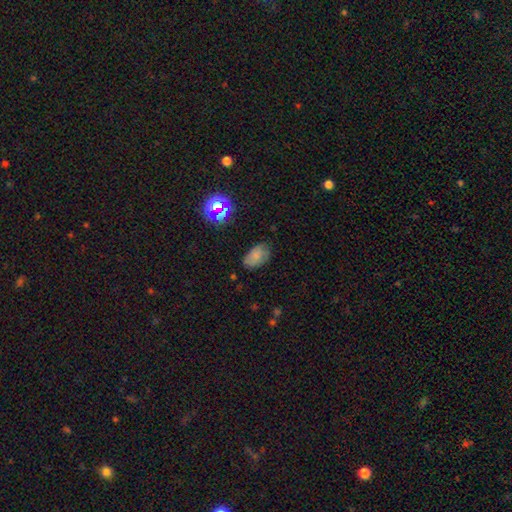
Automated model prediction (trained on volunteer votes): The model was most divided on "merging": none: 69%, minor disturbance: 23%, major disturbance: 6%, merger: 2%. More confident: how rounded — in between (90%); smooth or featured — smooth (72%).